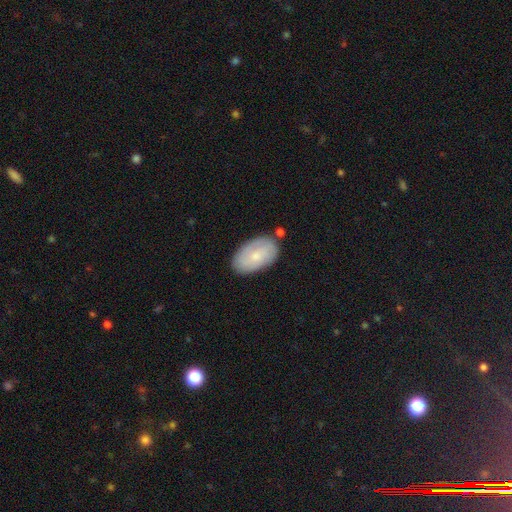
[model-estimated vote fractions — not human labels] This is possibly a smooth galaxy (59%). How rounded: clearly in between (93%). Merging: likely none (77%).